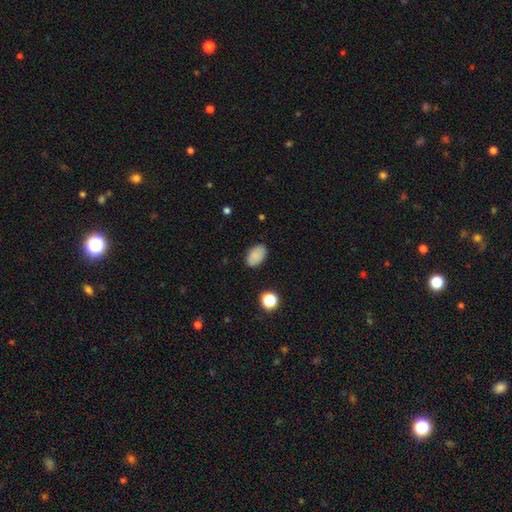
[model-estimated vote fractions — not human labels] Smooth or featured: smooth — 85% (star or artifact — 9%)
How rounded: in between — 90% (round — 9%)
Merging: none — 86% (minor disturbance — 11%)